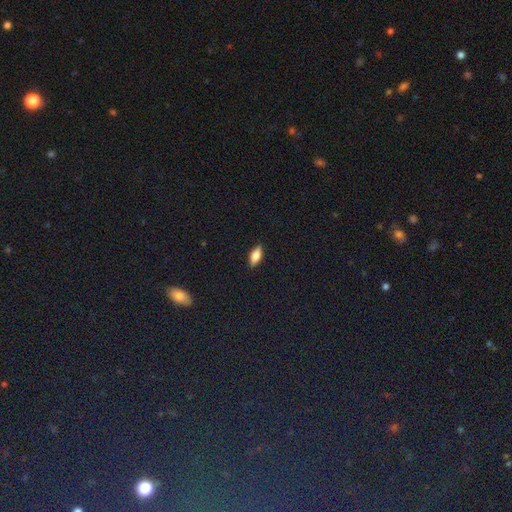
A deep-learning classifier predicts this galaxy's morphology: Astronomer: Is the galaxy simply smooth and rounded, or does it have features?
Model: smooth — 74%.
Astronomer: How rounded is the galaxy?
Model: in between — 80%.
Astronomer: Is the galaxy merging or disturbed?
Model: none — 87%.